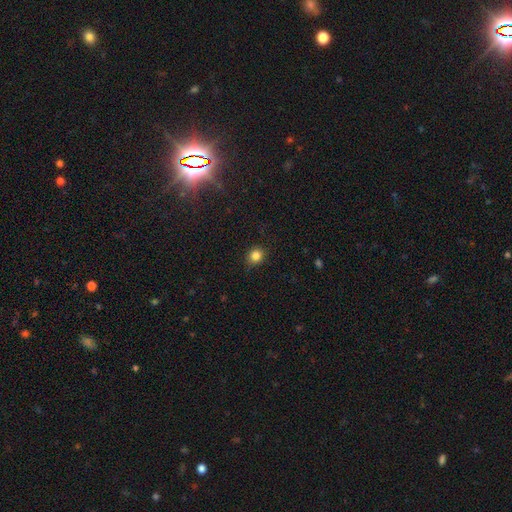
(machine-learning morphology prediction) Smooth or featured? Predicted: smooth (p=0.84). How rounded? Predicted: round (p=0.80). Merging? Predicted: none (p=0.86).